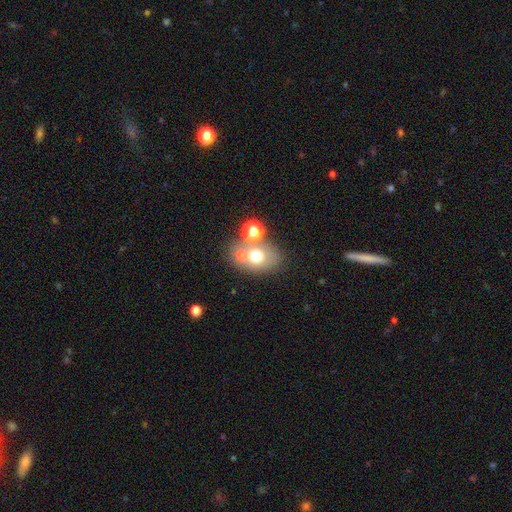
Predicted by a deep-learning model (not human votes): smooth 62%, featured or disk 23%, star or artifact 15%. Down the decision tree: how rounded — in between (56%); merging — none (48%).